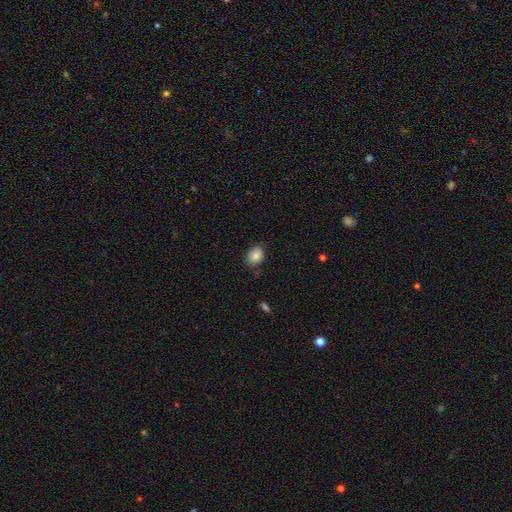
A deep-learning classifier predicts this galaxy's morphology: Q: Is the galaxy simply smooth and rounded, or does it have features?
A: smooth — 86%.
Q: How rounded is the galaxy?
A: in between — 68%.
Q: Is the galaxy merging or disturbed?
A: none — 77%.